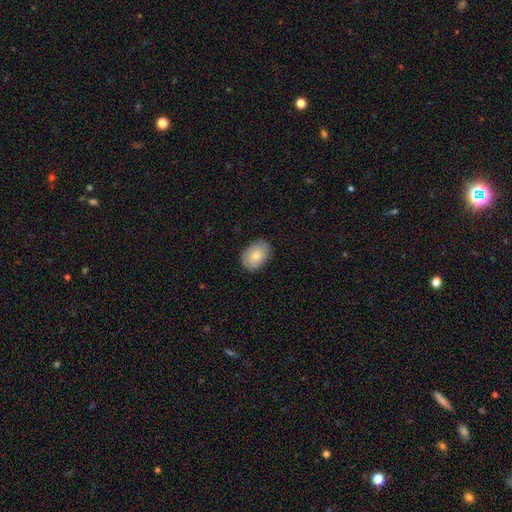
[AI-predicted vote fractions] Smooth or featured: smooth — 79% (featured or disk — 15%)
How rounded: in between — 80% (round — 19%)
Merging: none — 83% (minor disturbance — 14%)